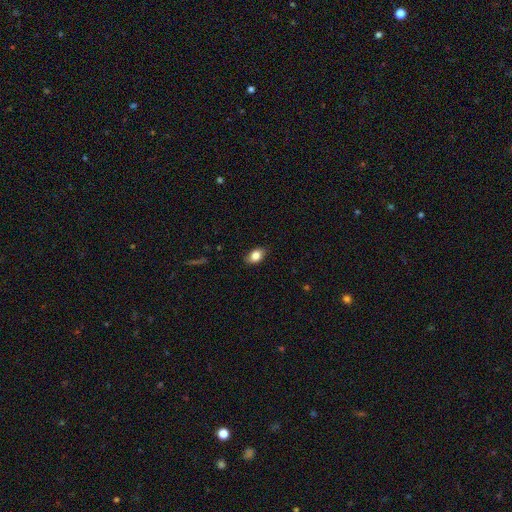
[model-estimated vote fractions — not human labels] The model was most divided on "how rounded": in between: 84%, round: 14%, cigar-shaped: 2%. More confident: merging — none (85%); smooth or featured — smooth (83%).